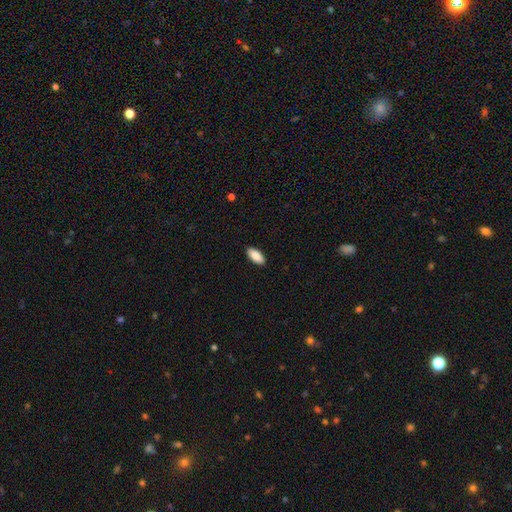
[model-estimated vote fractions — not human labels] Smooth or featured? smooth (88%)
How rounded? in between (87%)
Merging? none (90%)